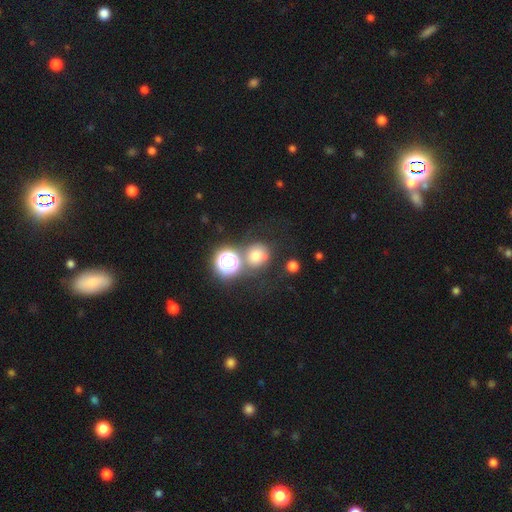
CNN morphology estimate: smooth-or-featured: smooth: 66% | star or artifact: 21% | featured or disk: 13%
  how-rounded: round: 85% | in between: 14% | cigar-shaped: 1%
  merging: none: 56% | merger: 23% | minor disturbance: 13% | major disturbance: 7%